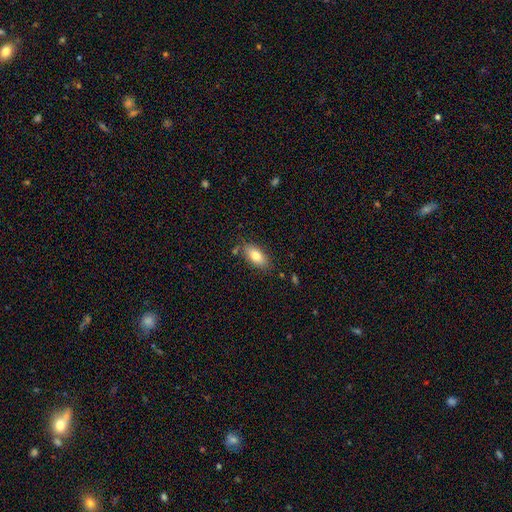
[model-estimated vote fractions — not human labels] Overall: smooth (79%). How rounded: in between (89%). Merging: none (77%).